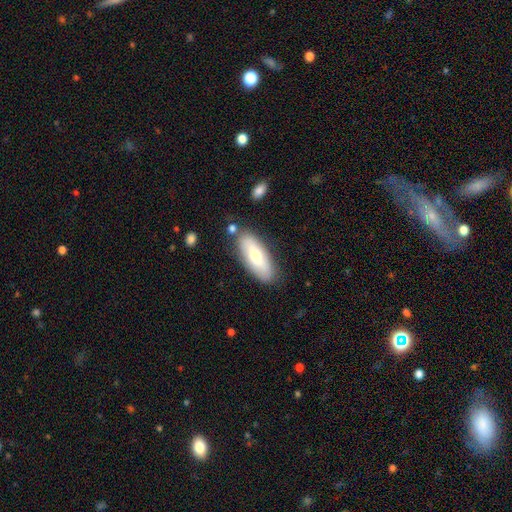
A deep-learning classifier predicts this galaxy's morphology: Overall: smooth (65%; featured or disk 29%). How rounded: in between (71%). Merging: none (80%).